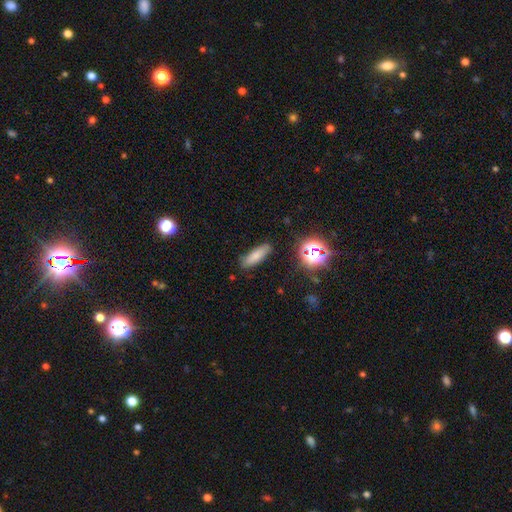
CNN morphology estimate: Smooth or featured?
  - smooth: 75% *
  - star or artifact: 13%
  - featured or disk: 12%
How rounded?
  - cigar-shaped: 52% *
  - in between: 44%
  - round: 3%
Merging?
  - none: 83% *
  - minor disturbance: 12%
  - major disturbance: 3%
  - merger: 2%